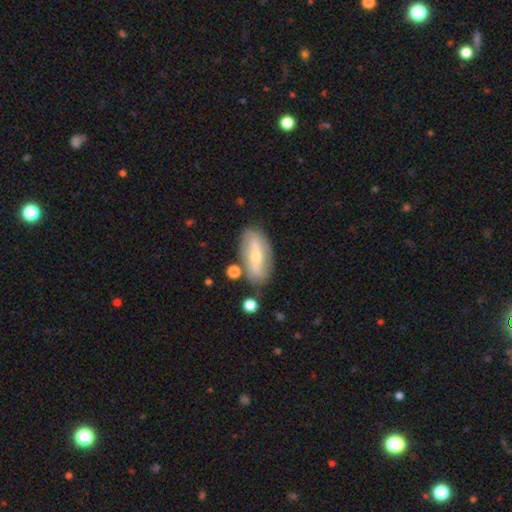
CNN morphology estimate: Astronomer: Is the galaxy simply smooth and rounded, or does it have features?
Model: featured or disk — 62%.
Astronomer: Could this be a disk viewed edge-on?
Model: no — 83%.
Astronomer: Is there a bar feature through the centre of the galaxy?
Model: strong — 45% (runner-up: no, 31%).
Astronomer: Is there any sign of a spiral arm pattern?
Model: yes — 51% (runner-up: no, 49%).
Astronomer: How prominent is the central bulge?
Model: small — 49% (runner-up: moderate, 46%).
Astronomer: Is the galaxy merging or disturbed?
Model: none — 76%.